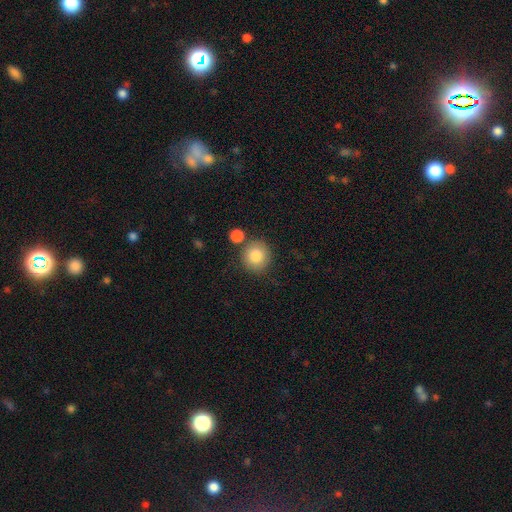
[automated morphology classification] A smooth galaxy with no disk features (83%) that is round (90%). Merging: none (77%).